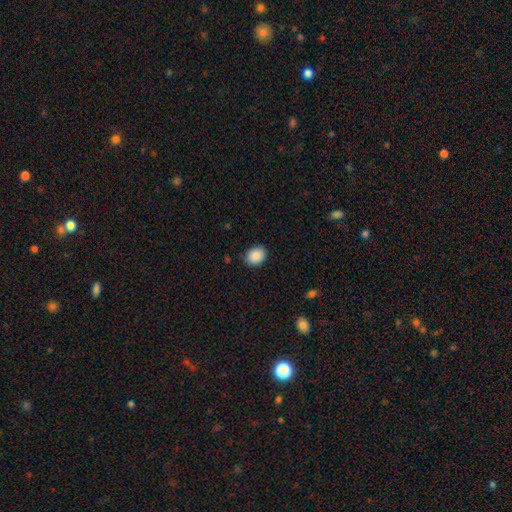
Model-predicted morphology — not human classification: A smooth galaxy with no disk features (90%) that is in between round and cigar-shaped (56%). Merging: none (87%).